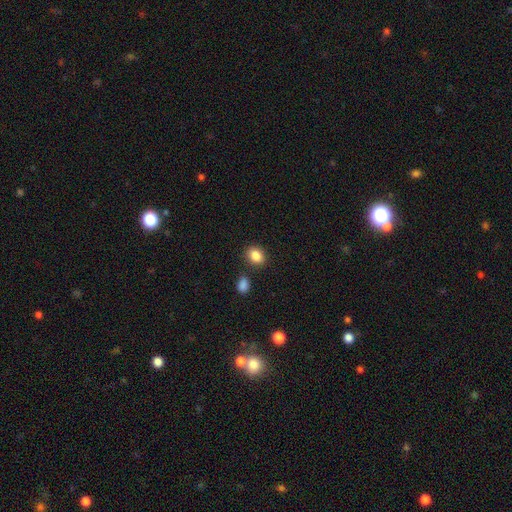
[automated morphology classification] Smooth or featured?
  - smooth: 86% *
  - star or artifact: 9%
  - featured or disk: 5%
How rounded?
  - in between: 52% *
  - round: 47%
  - cigar-shaped: 1%
Merging?
  - none: 81% *
  - minor disturbance: 10%
  - merger: 7%
  - major disturbance: 3%